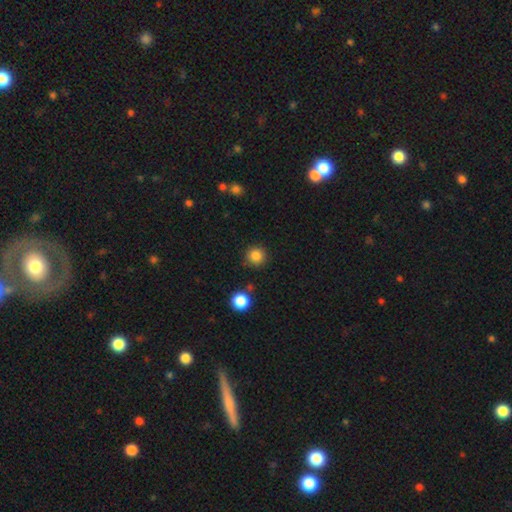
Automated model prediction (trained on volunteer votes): A smooth galaxy with no disk features (84%) that is round (94%). Merging: none (87%).